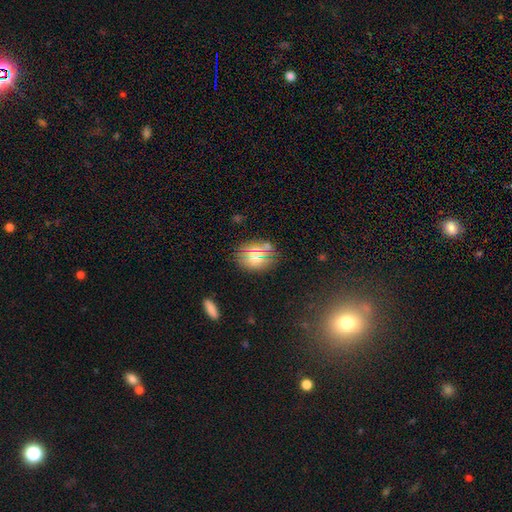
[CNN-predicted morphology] This appears to be a smooth galaxy with no disk features (66%) that is round (56%). Merging: none (82%).